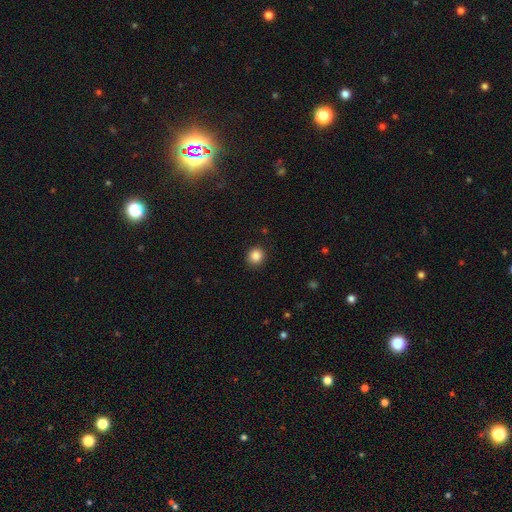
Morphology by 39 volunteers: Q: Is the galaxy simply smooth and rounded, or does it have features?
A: smooth — 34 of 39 (87%).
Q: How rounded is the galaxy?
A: round — 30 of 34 (88%).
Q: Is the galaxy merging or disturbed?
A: none — 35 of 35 (100%).